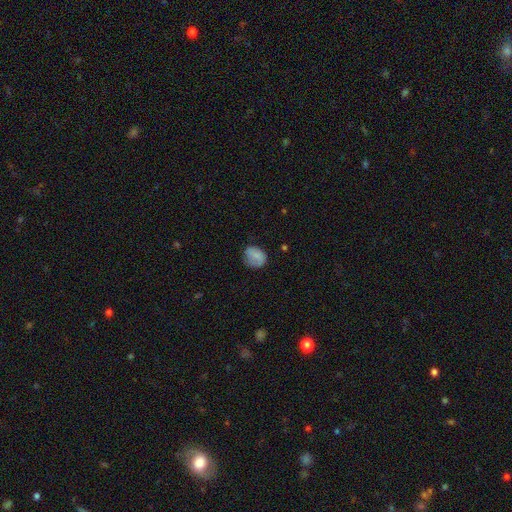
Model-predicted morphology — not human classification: smooth 80%, featured or disk 12%, star or artifact 9%. Down the decision tree: how rounded — round (60%); merging — none (60%).